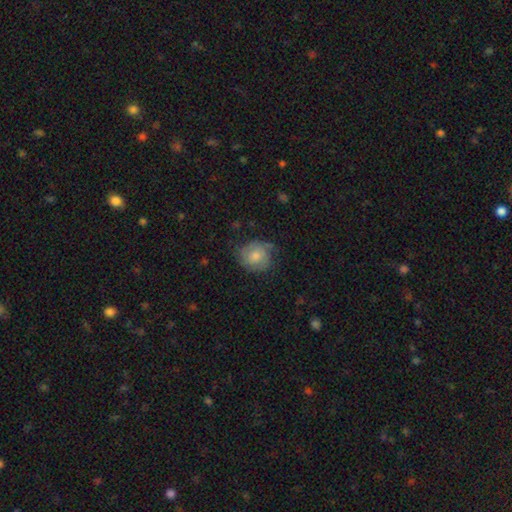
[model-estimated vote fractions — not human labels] Overall: smooth (51%; featured or disk 42%). How rounded: round (75%). Merging: none (58%; minor disturbance 29%).